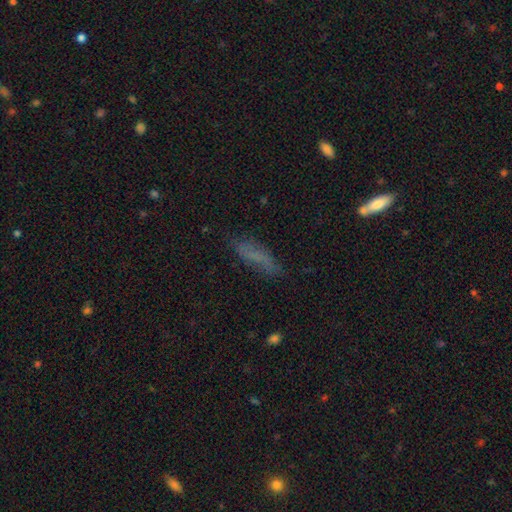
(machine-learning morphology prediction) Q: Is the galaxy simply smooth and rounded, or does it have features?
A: smooth — 59%.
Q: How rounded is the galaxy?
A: cigar-shaped — 64%.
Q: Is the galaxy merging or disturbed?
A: none — 70%.